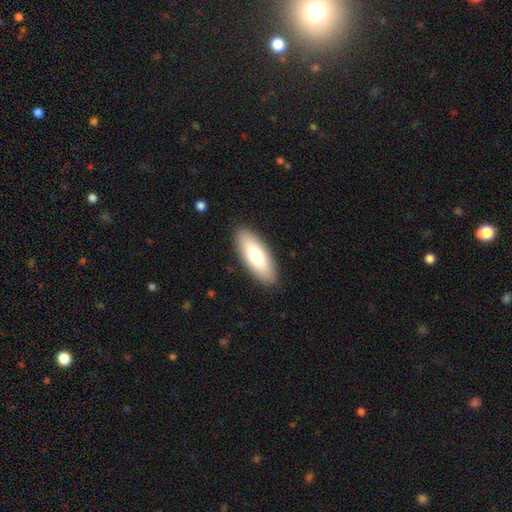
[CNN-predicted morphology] This is likely a smooth galaxy (76%). How rounded: likely in between (70%). Merging: clearly none (90%).